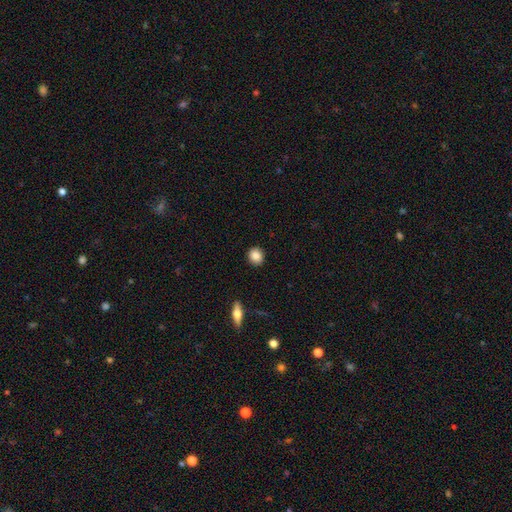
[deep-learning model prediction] Q: Smooth or featured?
A: smooth (87%); runner-up: star or artifact (8%)
Q: How rounded?
A: round (81%); runner-up: in between (18%)
Q: Merging?
A: none (91%); runner-up: minor disturbance (6%)